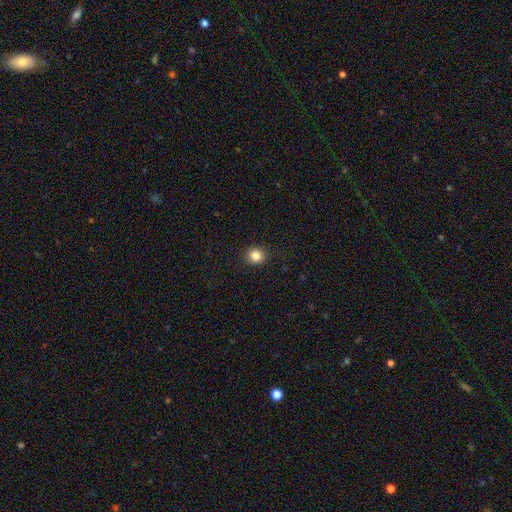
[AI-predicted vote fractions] Overall: smooth (84%). How rounded: round (87%). Merging: none (92%).